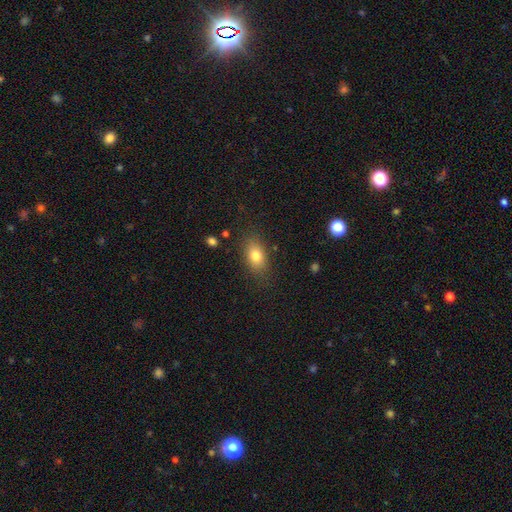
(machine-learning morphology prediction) Q: Smooth or featured?
A: smooth (79%); runner-up: featured or disk (11%)
Q: How rounded?
A: in between (82%); runner-up: round (14%)
Q: Merging?
A: none (82%); runner-up: minor disturbance (12%)